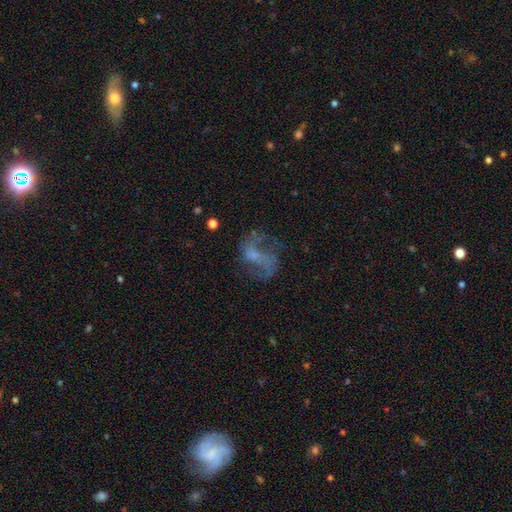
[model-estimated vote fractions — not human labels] featured or disk 66%, smooth 21%, star or artifact 13%. Down the decision tree: edge-on disk — no (97%); bar — no (51%); spiral arms — yes (71%); bulge size — small (41%); merging — none (51%).